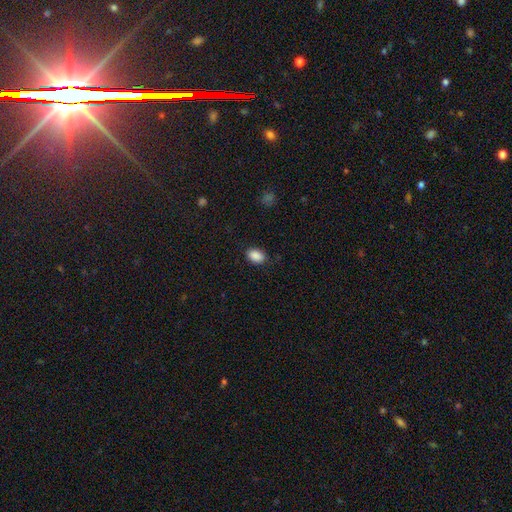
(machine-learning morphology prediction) type=smooth (89%); roundness=in between (85%); merging=none (84%).